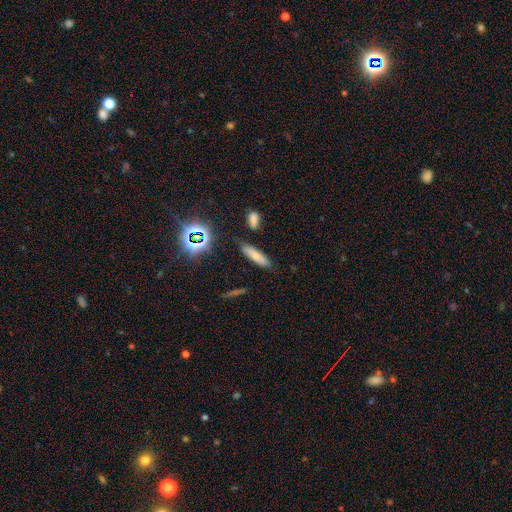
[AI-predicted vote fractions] smooth 68%, featured or disk 17%, star or artifact 15%. Down the decision tree: how rounded — cigar-shaped (57%); merging — none (79%).